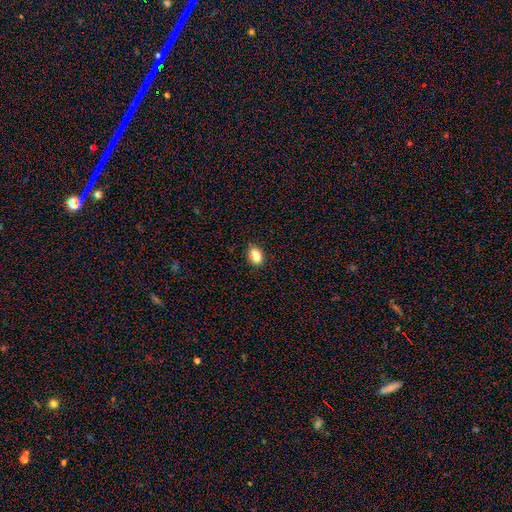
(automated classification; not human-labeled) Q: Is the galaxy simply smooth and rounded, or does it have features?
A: smooth — 86%.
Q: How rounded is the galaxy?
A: in between — 80%.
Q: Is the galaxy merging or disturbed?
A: none — 88%.